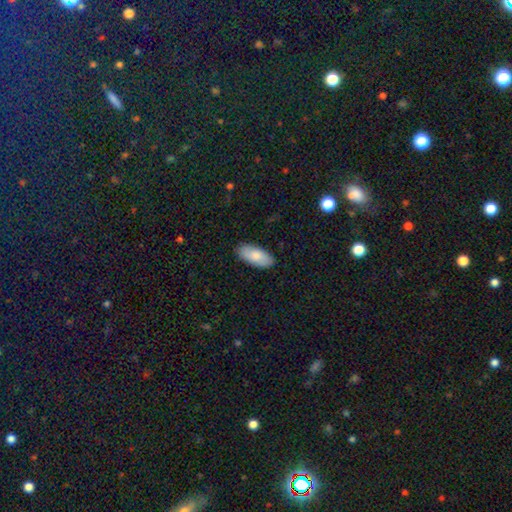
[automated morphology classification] This is clearly a smooth galaxy (81%). How rounded: clearly in between (90%). Merging: clearly none (87%).